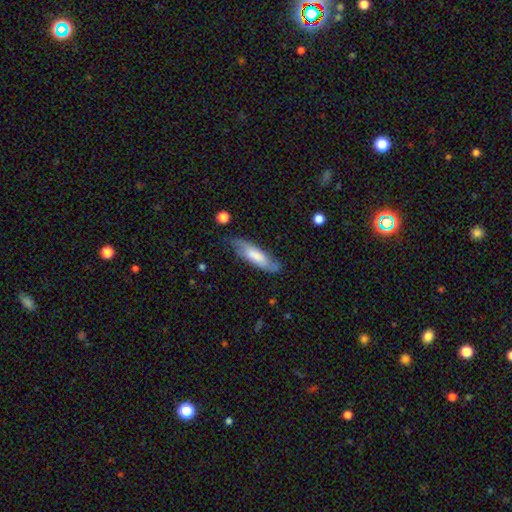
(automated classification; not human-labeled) Smooth or featured?
  - smooth: 62% *
  - featured or disk: 32%
  - star or artifact: 6%
How rounded?
  - cigar-shaped: 53% *
  - in between: 46%
  - round: 2%
Merging?
  - none: 65% *
  - minor disturbance: 25%
  - major disturbance: 7%
  - merger: 2%